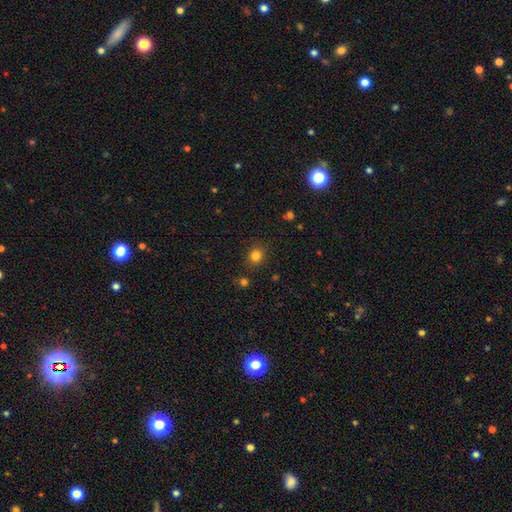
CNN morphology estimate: Smooth or featured: smooth — 81% (star or artifact — 14%)
How rounded: round — 81% (in between — 18%)
Merging: none — 88% (minor disturbance — 8%)